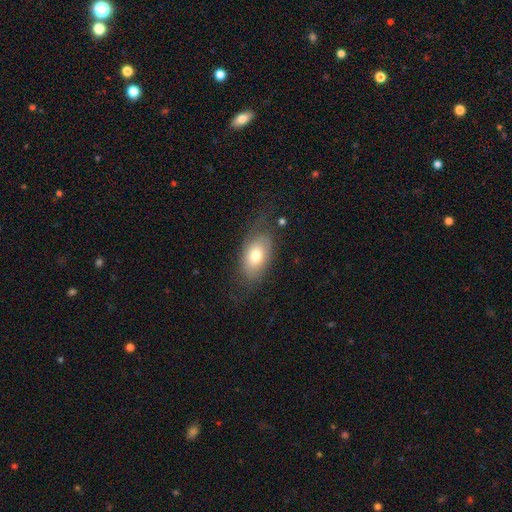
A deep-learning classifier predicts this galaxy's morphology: smooth-or-featured: smooth: 66% | featured or disk: 26% | star or artifact: 7%
  how-rounded: in between: 91% | round: 7% | cigar-shaped: 2%
  merging: none: 61% | minor disturbance: 23% | major disturbance: 14% | merger: 2%